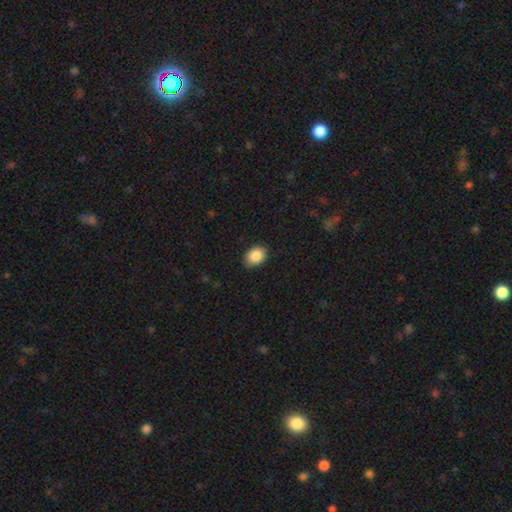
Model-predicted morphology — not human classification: type=smooth (88%); roundness=in between (68%); merging=none (83%).